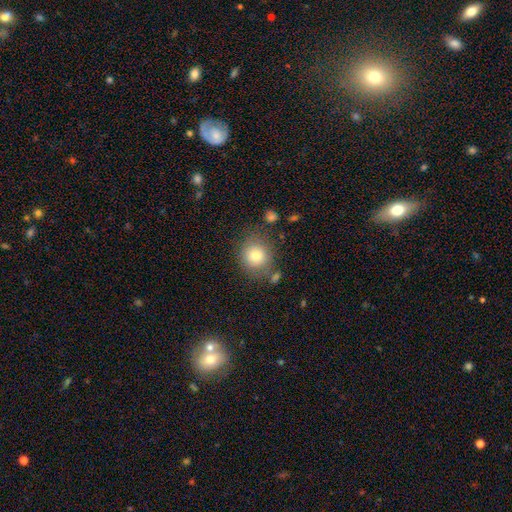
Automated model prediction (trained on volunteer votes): Smooth or featured? smooth (78%)
How rounded? round (83%)
Merging? none (74%)